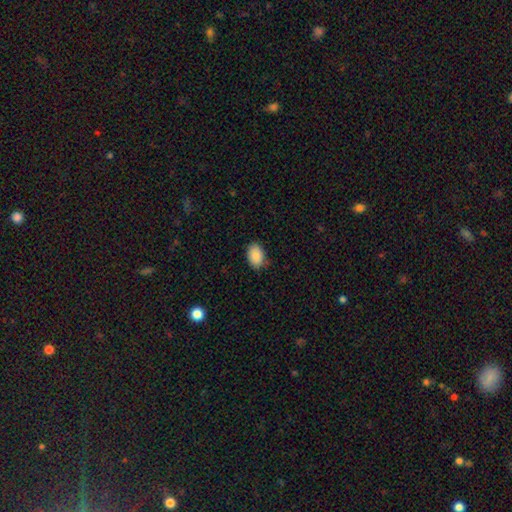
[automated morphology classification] The model was most divided on "merging": none: 81%, minor disturbance: 15%, major disturbance: 3%, merger: 1%. More confident: smooth or featured — smooth (88%); how rounded — in between (85%).